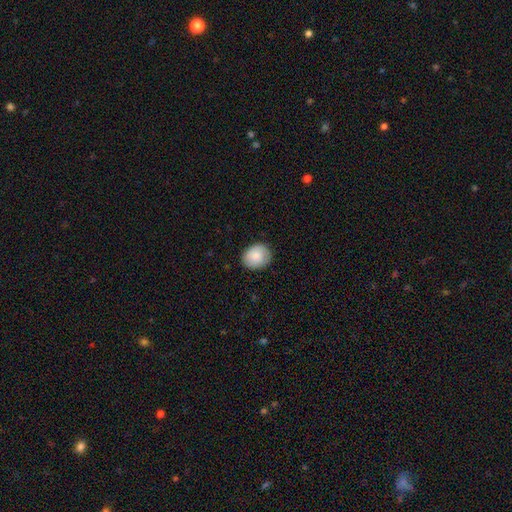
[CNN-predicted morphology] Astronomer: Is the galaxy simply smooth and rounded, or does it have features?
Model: smooth — 85%.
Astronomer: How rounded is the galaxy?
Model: round — 53% (runner-up: in between, 46%).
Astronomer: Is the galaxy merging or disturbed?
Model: none — 84%.